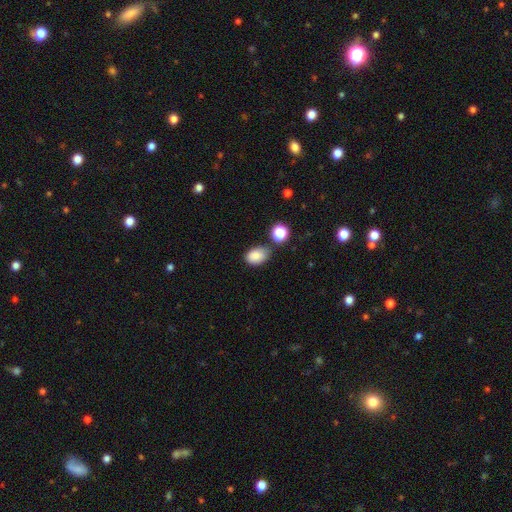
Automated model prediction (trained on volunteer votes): A smooth galaxy with no disk features (85%) that is in between round and cigar-shaped (80%).

Vote fractions:
- Smooth or featured? smooth: 85% / star or artifact: 9% / featured or disk: 6%
- How rounded? in between: 80% / round: 19% / cigar-shaped: 1%
- Merging? none: 66% / minor disturbance: 20% / merger: 9% / major disturbance: 5%